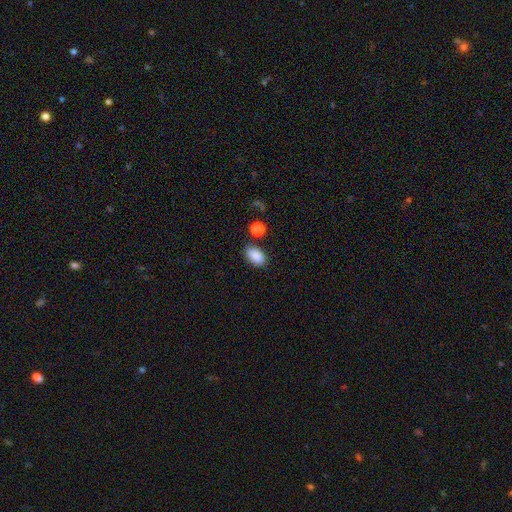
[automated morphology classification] A smooth galaxy with no disk features (88%) that is in between round and cigar-shaped (90%). Merging: none (81%).